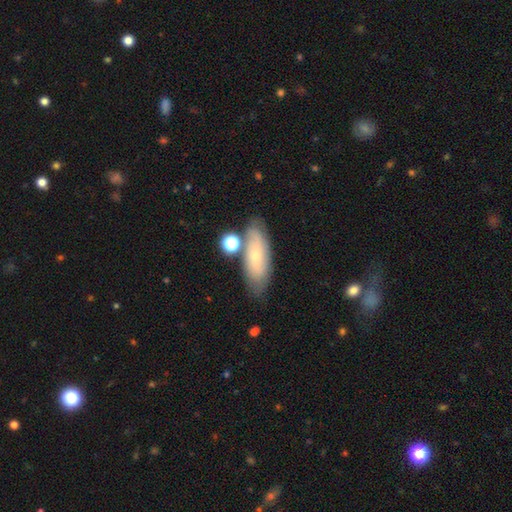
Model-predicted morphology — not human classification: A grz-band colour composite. It shows a smooth galaxy with no disk features (57%) that is in between round and cigar-shaped (68%). Merging: none (69%).